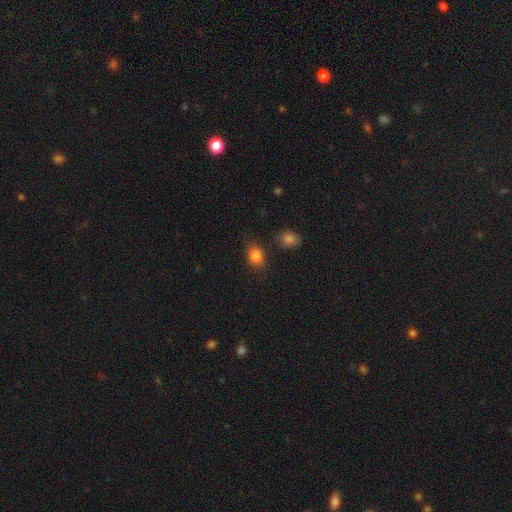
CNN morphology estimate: type=smooth (83%); roundness=in between (64%); merging=none (77%).